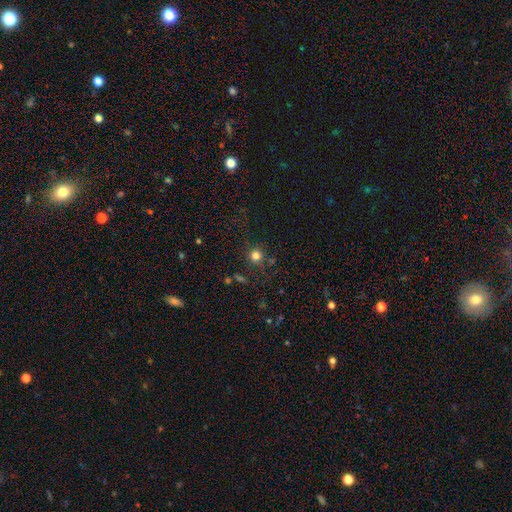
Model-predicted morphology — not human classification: Smooth or featured: smooth — 77% (star or artifact — 17%)
How rounded: round — 92% (in between — 7%)
Merging: none — 81% (minor disturbance — 10%)